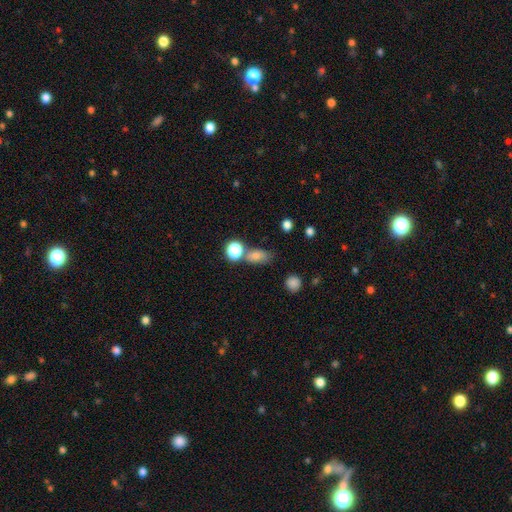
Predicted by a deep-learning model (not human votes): smooth_or_featured: smooth (p=0.75) [alt: star or artifact p=0.14]
how_rounded: in between (p=0.75) [alt: round p=0.20]
merging: none (p=0.56) [alt: merger p=0.21]